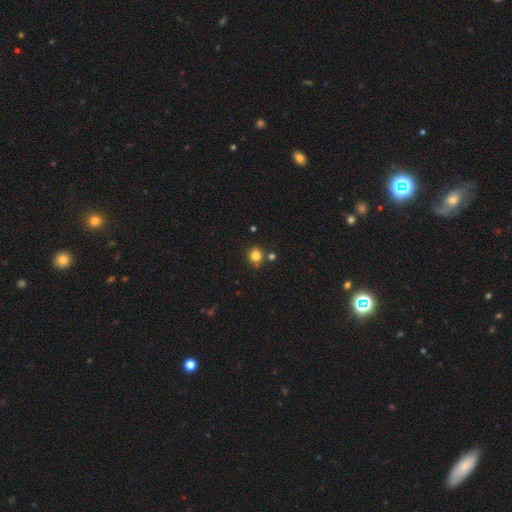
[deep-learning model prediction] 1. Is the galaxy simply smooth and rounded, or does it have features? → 82% smooth, 12% star or artifact, 6% featured or disk.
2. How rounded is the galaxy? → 82% round, 17% in between, 1% cigar-shaped.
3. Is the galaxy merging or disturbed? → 75% none, 12% minor disturbance, 10% merger, 3% major disturbance.